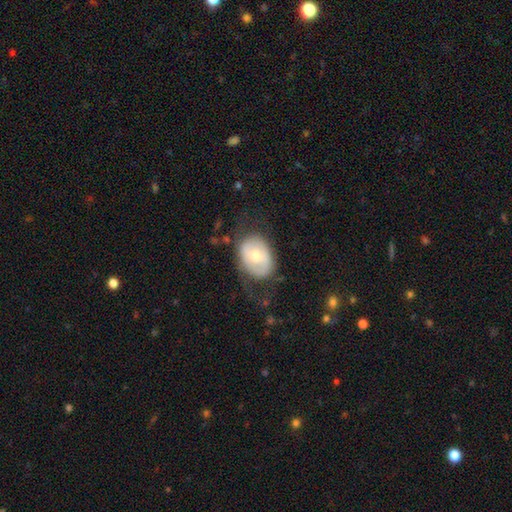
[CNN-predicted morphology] type=smooth (53%); roundness=in between (68%); merging=none (61%).